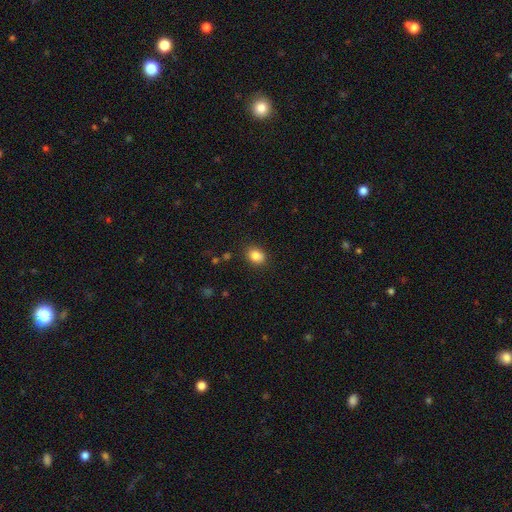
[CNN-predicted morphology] A smooth galaxy with no disk features (85%) that is in between round and cigar-shaped (56%).

Vote fractions:
- Smooth or featured? smooth: 85% / star or artifact: 10% / featured or disk: 6%
- How rounded? in between: 56% / round: 43% / cigar-shaped: 1%
- Merging? none: 86% / minor disturbance: 9% / major disturbance: 3% / merger: 2%